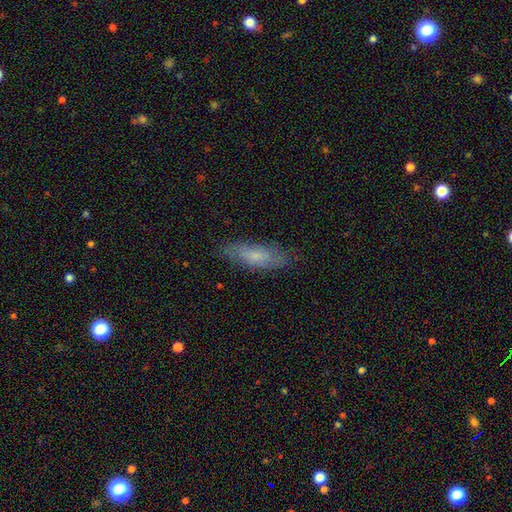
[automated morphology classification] smooth-or-featured: smooth: 66% | featured or disk: 27% | star or artifact: 7%
  how-rounded: in between: 51% | cigar-shaped: 47% | round: 2%
  merging: none: 80% | minor disturbance: 15% | major disturbance: 3% | merger: 1%